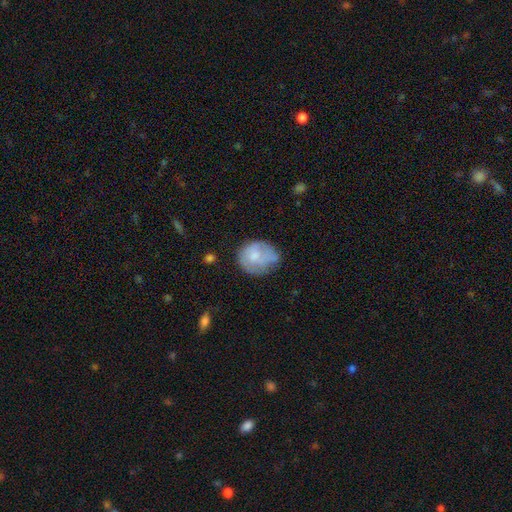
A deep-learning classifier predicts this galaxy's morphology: smooth_or_featured: smooth (p=0.59) [alt: featured or disk p=0.34]
how_rounded: round (p=0.65) [alt: in between p=0.34]
merging: none (p=0.48) [alt: minor disturbance p=0.32]